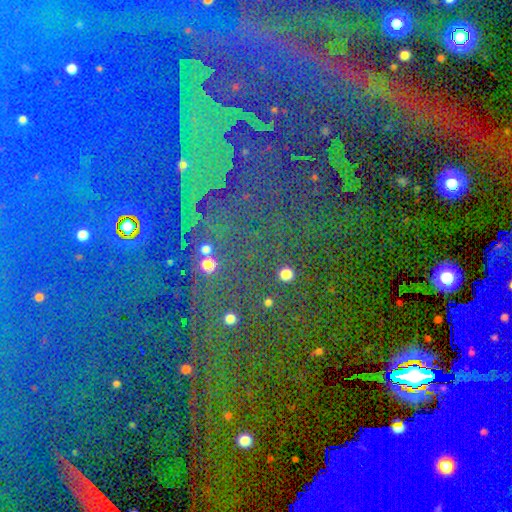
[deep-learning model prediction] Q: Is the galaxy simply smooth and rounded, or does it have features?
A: star or artifact — 86%.